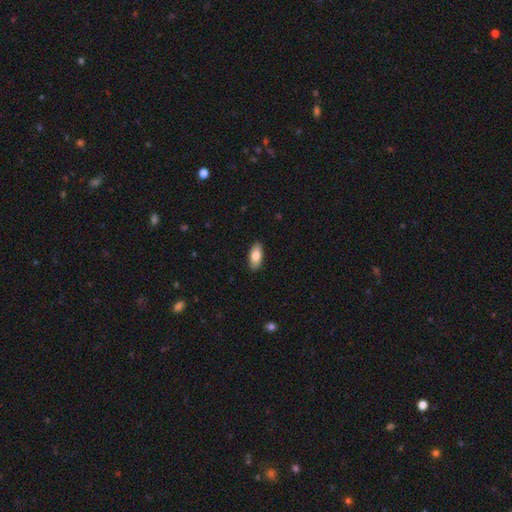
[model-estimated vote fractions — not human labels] Smooth or featured: smooth — 83% (featured or disk — 12%)
How rounded: in between — 89% (cigar-shaped — 9%)
Merging: none — 90% (minor disturbance — 8%)